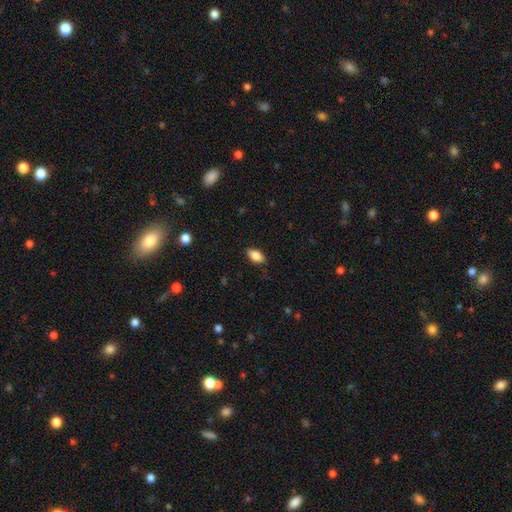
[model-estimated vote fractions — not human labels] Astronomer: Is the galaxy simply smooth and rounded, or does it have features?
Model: smooth — 85%.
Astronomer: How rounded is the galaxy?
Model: in between — 91%.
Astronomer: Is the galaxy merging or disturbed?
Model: none — 85%.